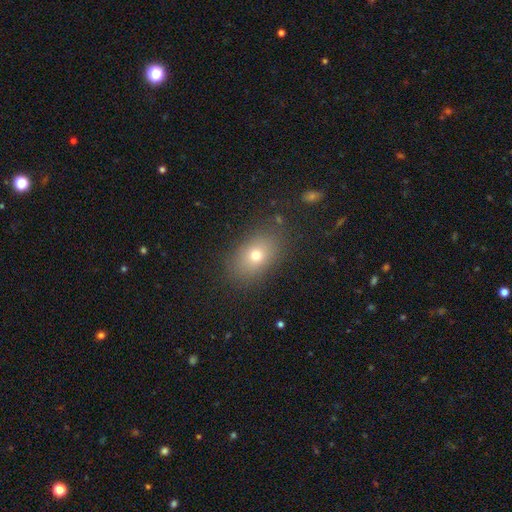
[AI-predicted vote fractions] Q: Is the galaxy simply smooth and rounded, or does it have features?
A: smooth — 71%.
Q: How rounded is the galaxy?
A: in between — 78%.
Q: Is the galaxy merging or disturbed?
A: none — 84%.